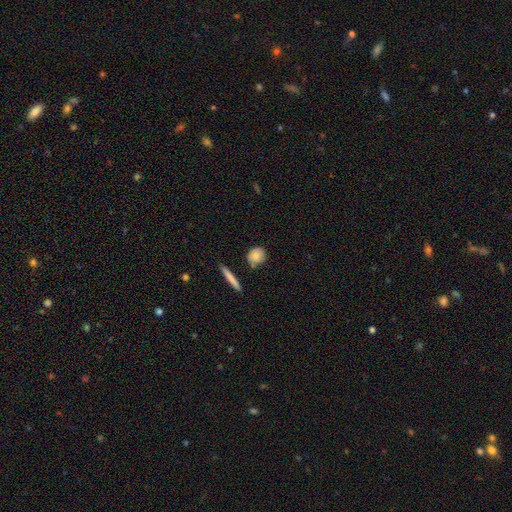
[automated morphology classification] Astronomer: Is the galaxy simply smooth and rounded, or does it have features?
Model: smooth — 80%.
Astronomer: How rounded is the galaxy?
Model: round — 72%.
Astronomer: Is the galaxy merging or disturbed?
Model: none — 78%.